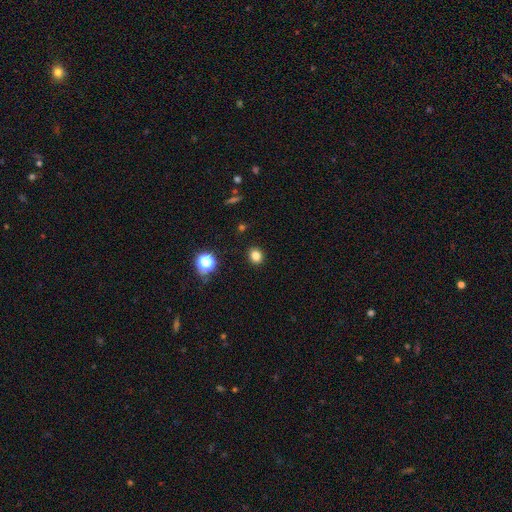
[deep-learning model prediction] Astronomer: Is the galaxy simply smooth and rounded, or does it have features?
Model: smooth — 81%.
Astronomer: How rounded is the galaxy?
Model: round — 68%.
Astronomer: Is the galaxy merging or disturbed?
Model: none — 90%.